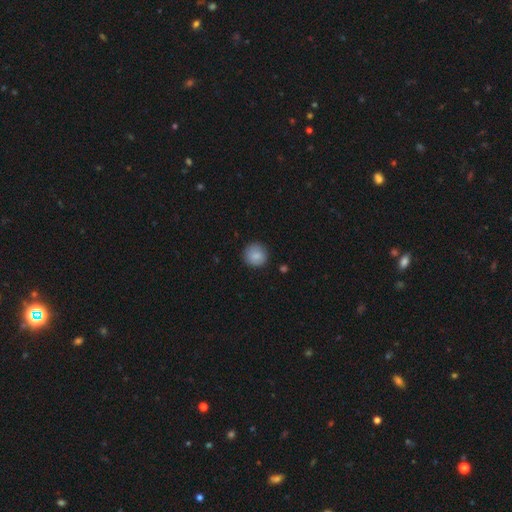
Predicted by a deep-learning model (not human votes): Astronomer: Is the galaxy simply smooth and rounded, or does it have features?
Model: smooth — 86%.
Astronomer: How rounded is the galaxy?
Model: round — 93%.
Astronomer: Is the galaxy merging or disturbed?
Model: none — 88%.